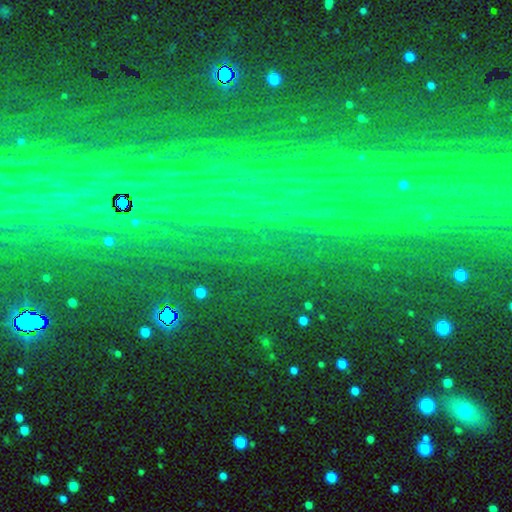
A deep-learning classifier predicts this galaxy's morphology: type=star or artifact (85%).